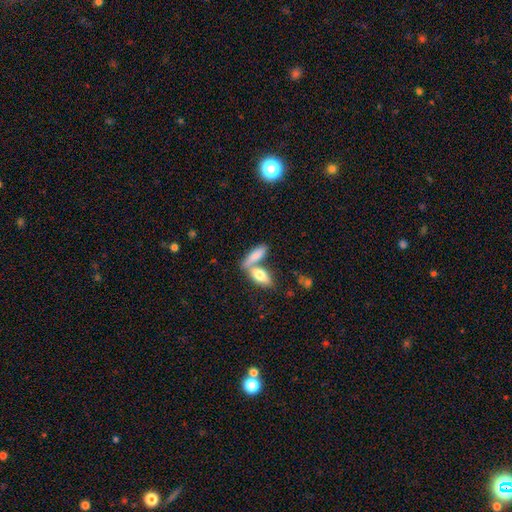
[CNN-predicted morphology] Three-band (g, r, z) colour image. It shows a smooth galaxy with no disk features (76%) that is in between round and cigar-shaped (62%). Merging: merger (54%).